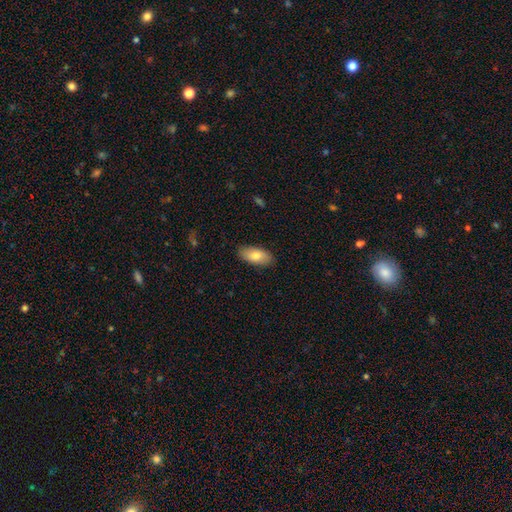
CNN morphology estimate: A smooth galaxy with no disk features (78%) that is in between round and cigar-shaped (90%).

Vote fractions:
- Smooth or featured? smooth: 78% / featured or disk: 16% / star or artifact: 6%
- How rounded? in between: 90% / cigar-shaped: 7% / round: 3%
- Merging? none: 87% / minor disturbance: 10% / major disturbance: 2% / merger: 1%